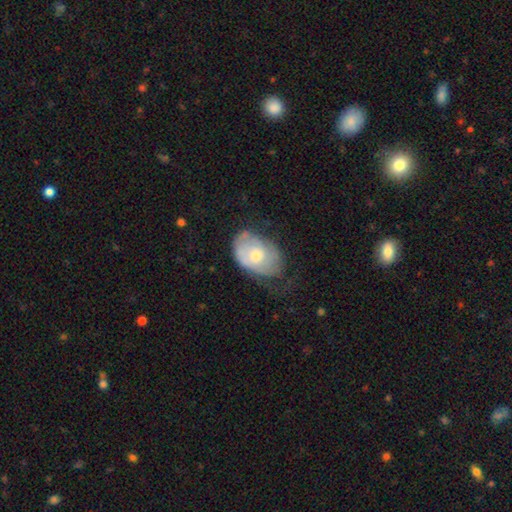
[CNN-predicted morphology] A smooth galaxy with no disk features (51%) that is in between round and cigar-shaped (84%).

Vote fractions:
- Smooth or featured? smooth: 51% / featured or disk: 42% / star or artifact: 7%
- How rounded? in between: 84% / round: 15% / cigar-shaped: 1%
- Merging? none: 44% / minor disturbance: 37% / major disturbance: 18% / merger: 2%